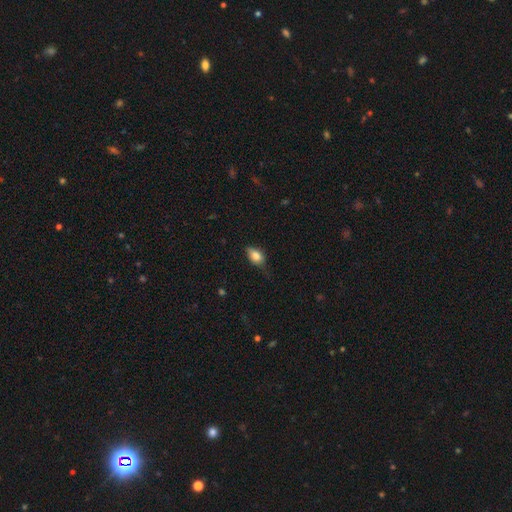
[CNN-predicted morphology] A smooth galaxy with no disk features (80%) that is in between round and cigar-shaped (79%).

Vote fractions:
- Smooth or featured? smooth: 80% / featured or disk: 12% / star or artifact: 8%
- How rounded? in between: 79% / round: 18% / cigar-shaped: 3%
- Merging? none: 57% / minor disturbance: 33% / major disturbance: 8% / merger: 1%